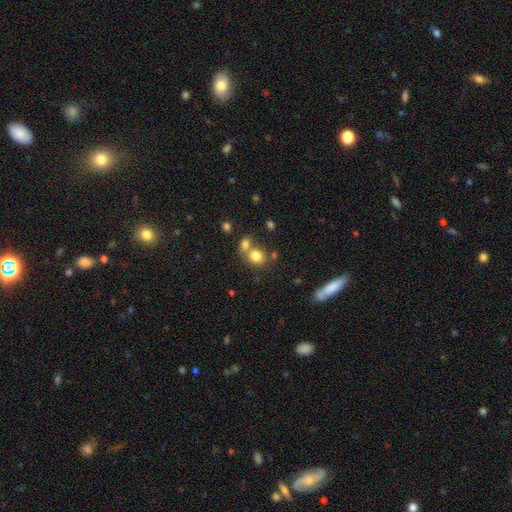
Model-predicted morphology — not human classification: Smooth or featured: smooth — 80% (star or artifact — 11%)
How rounded: round — 71% (in between — 27%)
Merging: none — 49% (merger — 38%)